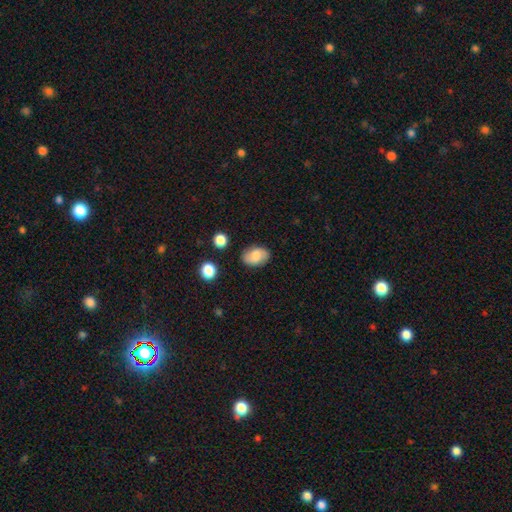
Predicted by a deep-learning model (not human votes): smooth 69%, featured or disk 22%, star or artifact 9%. Down the decision tree: how rounded — in between (83%); merging — none (81%).